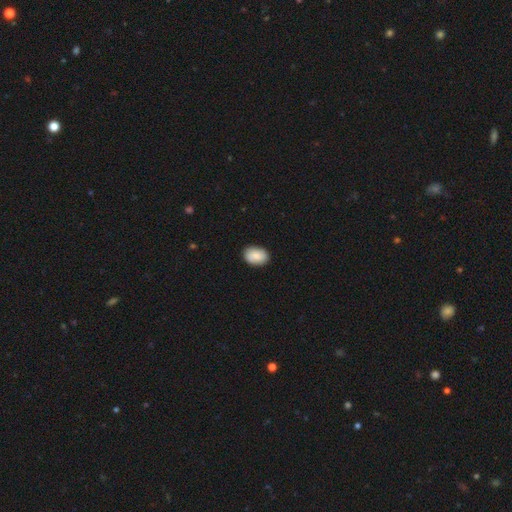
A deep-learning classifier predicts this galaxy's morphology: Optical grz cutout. It shows a smooth galaxy with no disk features (86%) that is in between round and cigar-shaped (84%). Merging: none (88%).